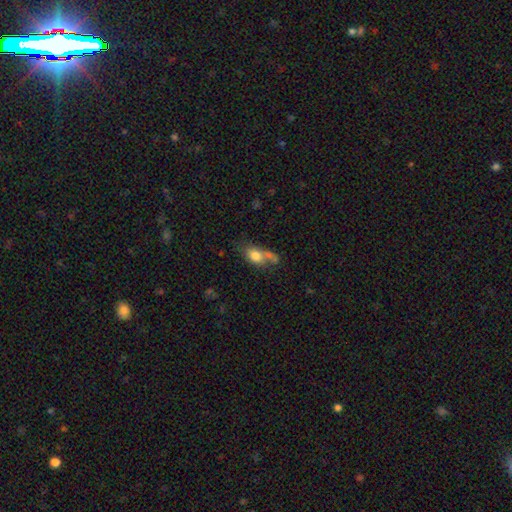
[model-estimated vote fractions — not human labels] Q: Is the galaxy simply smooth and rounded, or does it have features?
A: smooth — 76%.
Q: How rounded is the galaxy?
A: in between — 77%.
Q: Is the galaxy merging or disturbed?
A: merger — 36%.